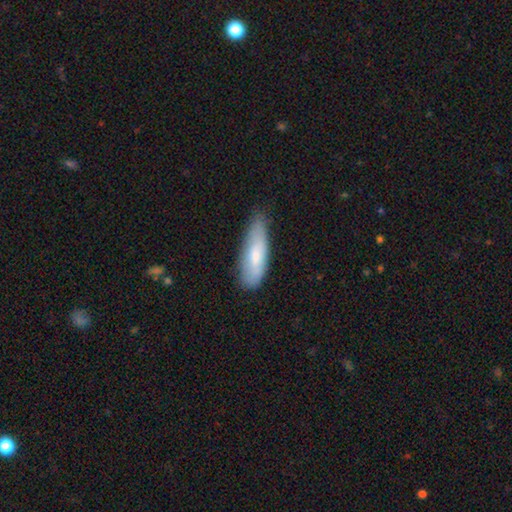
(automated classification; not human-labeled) smooth-or-featured: smooth: 73% | featured or disk: 21% | star or artifact: 7%
  how-rounded: in between: 53% | cigar-shaped: 45% | round: 2%
  merging: none: 59% | minor disturbance: 32% | major disturbance: 7% | merger: 2%